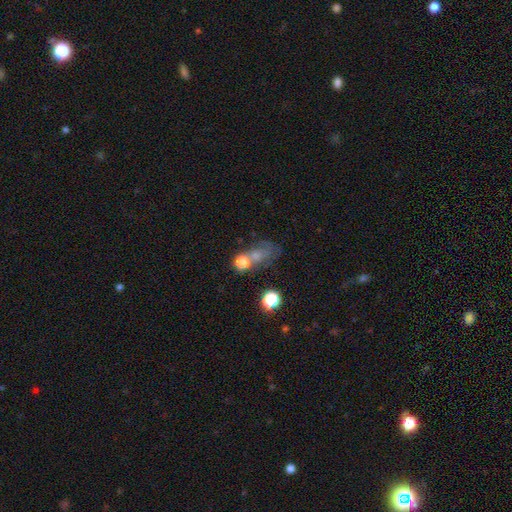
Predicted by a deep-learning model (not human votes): This is marginally a smooth galaxy (44%). Merging: marginally none (42%).